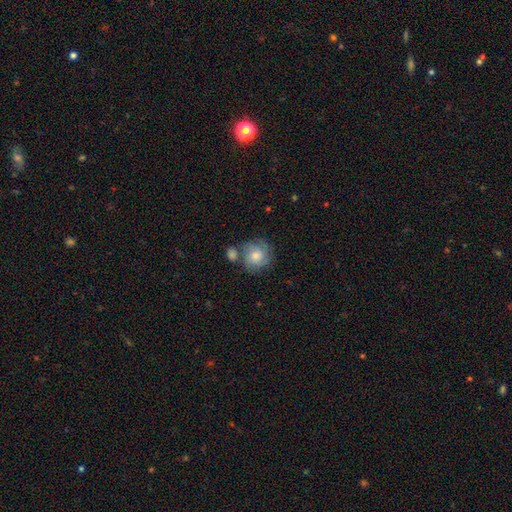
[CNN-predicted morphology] Smooth or featured? Predicted: featured or disk (p=0.46). Merging? Predicted: none (p=0.59).